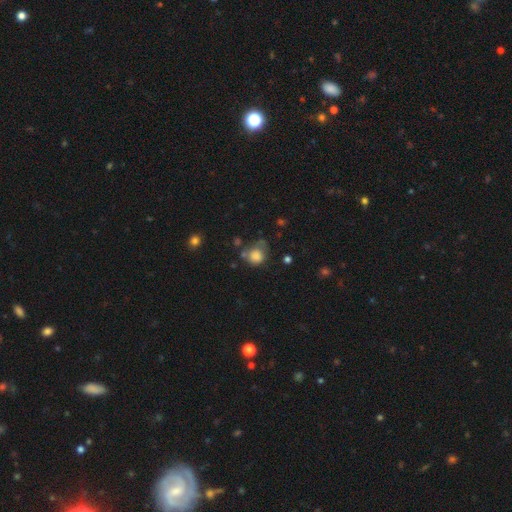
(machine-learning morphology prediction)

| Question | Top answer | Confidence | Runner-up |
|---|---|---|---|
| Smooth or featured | smooth | 79% | star or artifact (11%) |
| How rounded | round | 72% | in between (27%) |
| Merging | none | 39% | minor disturbance (28%) |